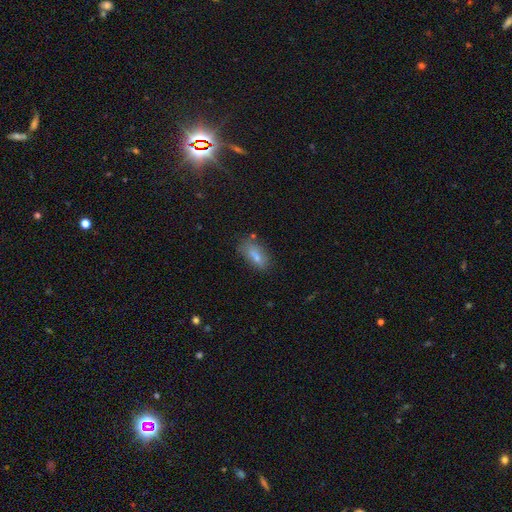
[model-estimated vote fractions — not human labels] The model was most divided on "merging": none: 61%, minor disturbance: 23%, major disturbance: 9%, merger: 8%. More confident: how rounded — in between (81%); smooth or featured — smooth (73%).